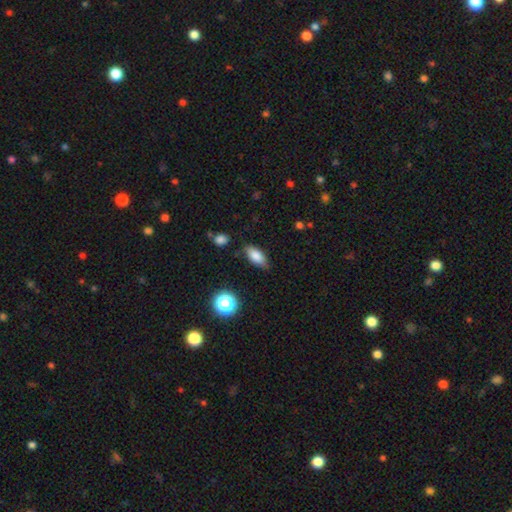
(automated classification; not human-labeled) Smooth or featured: smooth — 83% (star or artifact — 9%)
How rounded: in between — 85% (cigar-shaped — 11%)
Merging: none — 80% (minor disturbance — 15%)